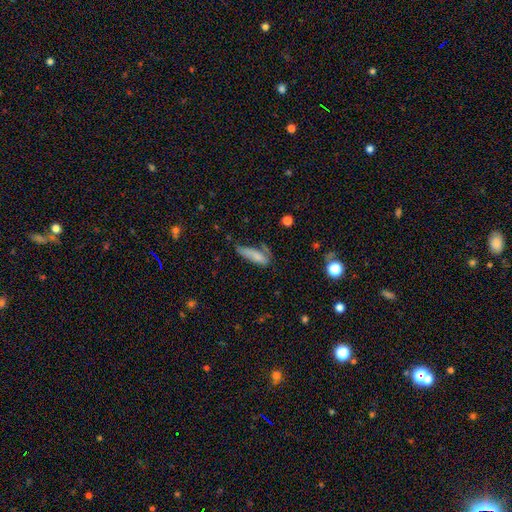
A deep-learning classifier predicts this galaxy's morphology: smooth 73%, featured or disk 18%, star or artifact 9%. Down the decision tree: how rounded — in between (56%); merging — none (34%, tied with minor disturbance).